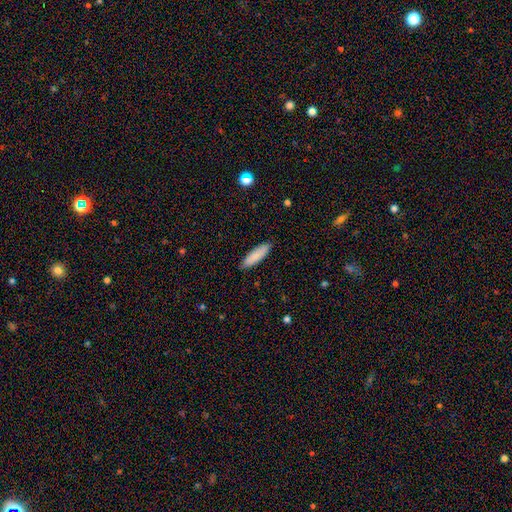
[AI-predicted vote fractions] Q: Smooth or featured?
A: smooth (87%); runner-up: featured or disk (7%)
Q: How rounded?
A: cigar-shaped (58%); runner-up: in between (41%)
Q: Merging?
A: none (88%); runner-up: minor disturbance (9%)